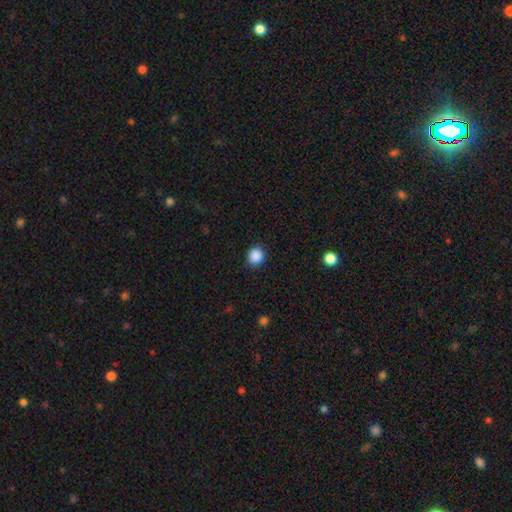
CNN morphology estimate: Q: Smooth or featured?
A: smooth (88%); runner-up: star or artifact (9%)
Q: How rounded?
A: round (86%); runner-up: in between (13%)
Q: Merging?
A: none (88%); runner-up: minor disturbance (9%)